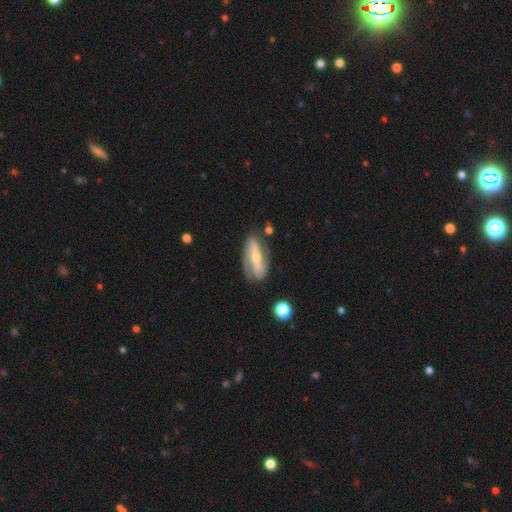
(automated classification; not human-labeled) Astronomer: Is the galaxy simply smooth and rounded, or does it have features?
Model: featured or disk — 75%.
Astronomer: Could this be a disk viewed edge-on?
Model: no — 85%.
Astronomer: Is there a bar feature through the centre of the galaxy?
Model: strong — 58%.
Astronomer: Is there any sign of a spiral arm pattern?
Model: yes — 85%.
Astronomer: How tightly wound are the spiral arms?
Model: medium — 36% (runner-up: loose, 34%).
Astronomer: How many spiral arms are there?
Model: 2 — 84%.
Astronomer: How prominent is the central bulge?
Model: small — 48% (runner-up: moderate, 46%).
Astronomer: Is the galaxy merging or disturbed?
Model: none — 74%.